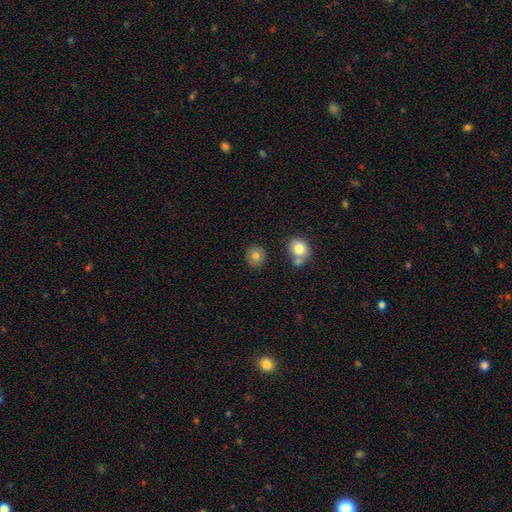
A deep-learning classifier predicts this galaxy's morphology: smooth_or_featured: smooth (p=0.81) [alt: star or artifact p=0.10]
how_rounded: round (p=0.88) [alt: in between p=0.11]
merging: none (p=0.84) [alt: minor disturbance p=0.08]